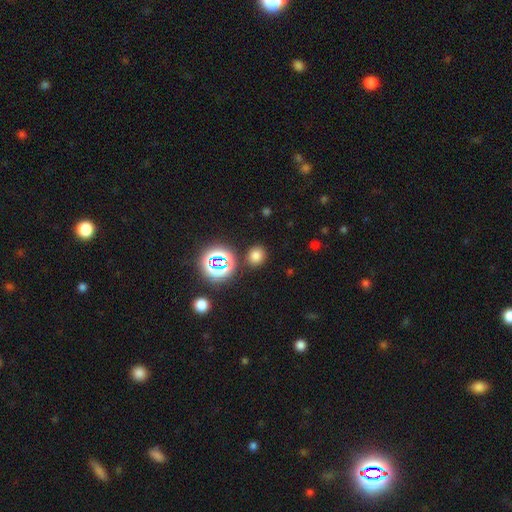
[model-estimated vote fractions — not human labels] Morphology: type=smooth (70%); roundness=round (70%); merging=none (86%).